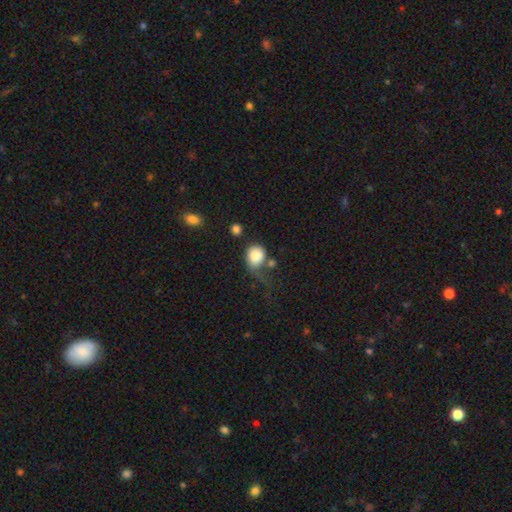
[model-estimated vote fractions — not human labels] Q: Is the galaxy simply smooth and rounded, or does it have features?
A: smooth — 82%.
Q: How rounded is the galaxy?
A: round — 65%.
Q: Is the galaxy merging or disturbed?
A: none — 32%.